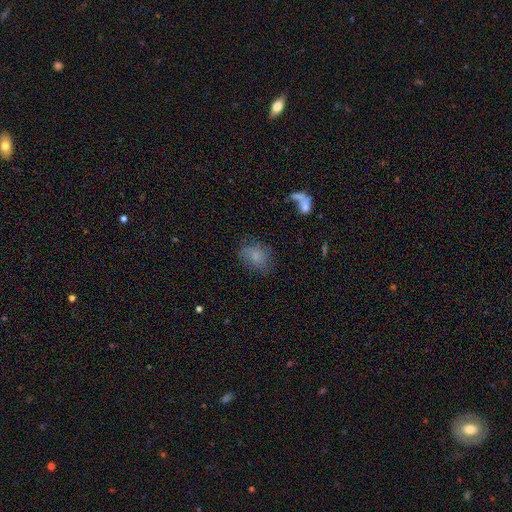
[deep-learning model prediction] Overall: smooth (74%). How rounded: in between (65%; round 33%). Merging: none (63%).